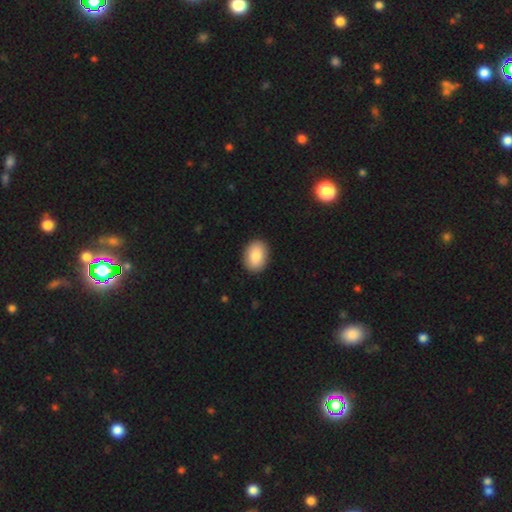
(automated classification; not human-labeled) A smooth galaxy with no disk features (86%) that is in between round and cigar-shaped (75%).

Vote fractions:
- Smooth or featured? smooth: 86% / featured or disk: 8% / star or artifact: 6%
- How rounded? in between: 75% / round: 24% / cigar-shaped: 1%
- Merging? none: 90% / minor disturbance: 7% / major disturbance: 2% / merger: 1%